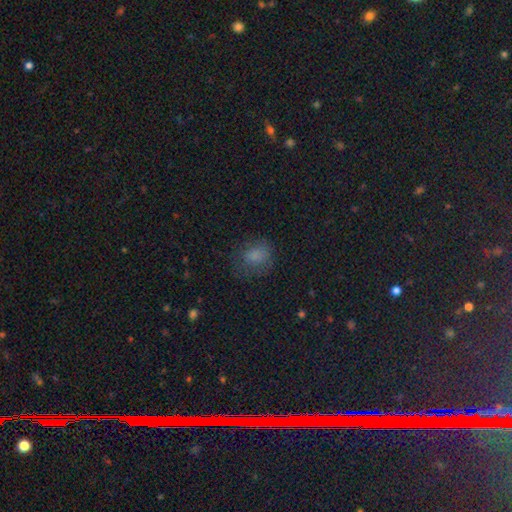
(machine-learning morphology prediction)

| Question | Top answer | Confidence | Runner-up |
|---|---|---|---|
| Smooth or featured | smooth | 74% | star or artifact (15%) |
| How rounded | round | 51% | in between (47%) |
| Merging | none | 61% | minor disturbance (23%) |